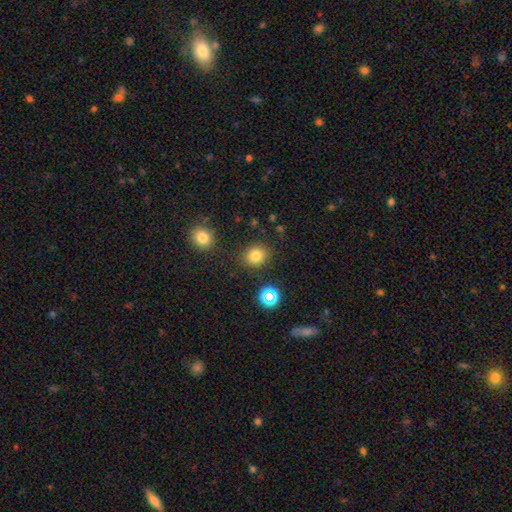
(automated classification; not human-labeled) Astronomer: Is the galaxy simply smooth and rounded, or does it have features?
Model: smooth — 79%.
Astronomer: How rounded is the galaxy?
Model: round — 72%.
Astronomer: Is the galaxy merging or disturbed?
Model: none — 84%.